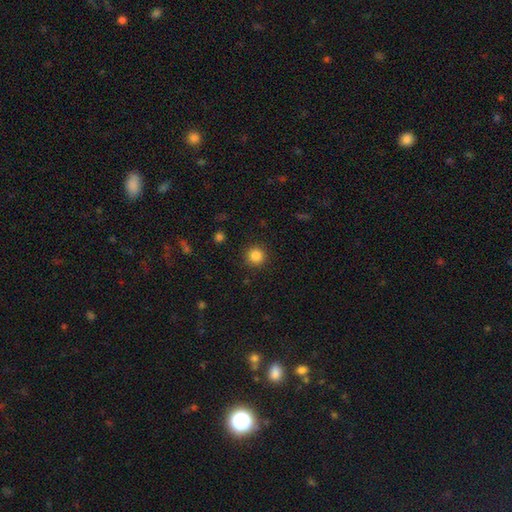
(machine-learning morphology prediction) A smooth galaxy with no disk features (85%) that is round (95%). Merging: none (91%).